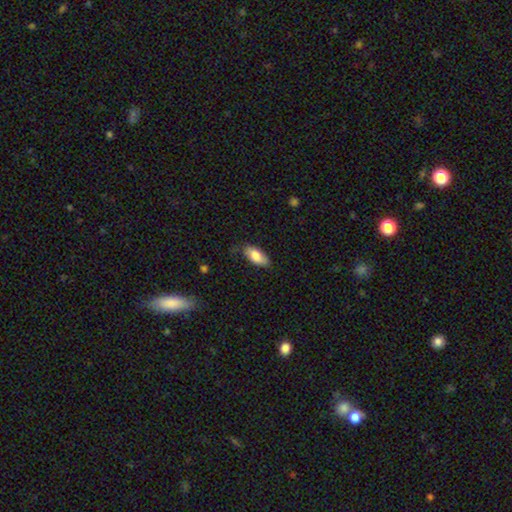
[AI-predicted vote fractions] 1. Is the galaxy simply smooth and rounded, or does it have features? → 79% smooth, 15% featured or disk, 6% star or artifact.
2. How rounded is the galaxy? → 89% in between, 9% cigar-shaped, 2% round.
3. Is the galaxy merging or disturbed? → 73% none, 22% minor disturbance, 4% major disturbance, 1% merger.